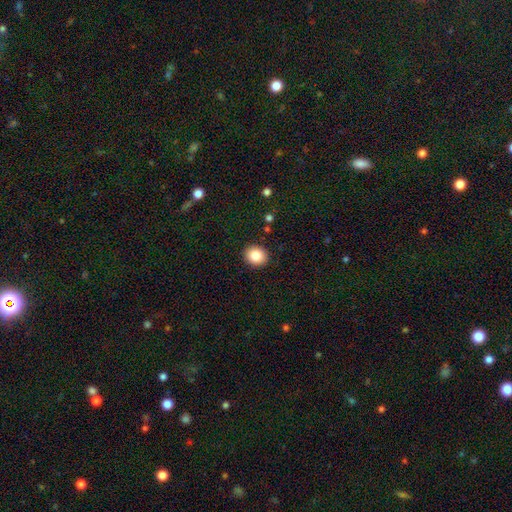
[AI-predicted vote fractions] Smooth or featured? smooth (85%)
How rounded? round (74%)
Merging? none (91%)